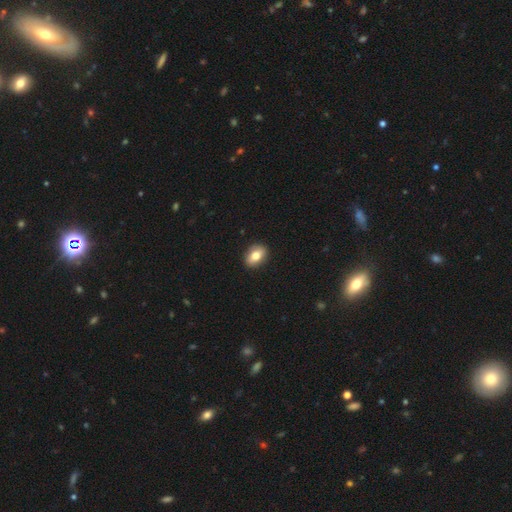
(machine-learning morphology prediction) This appears to be a smooth galaxy with no disk features (80%) that is in between round and cigar-shaped (78%). Merging: none (89%).